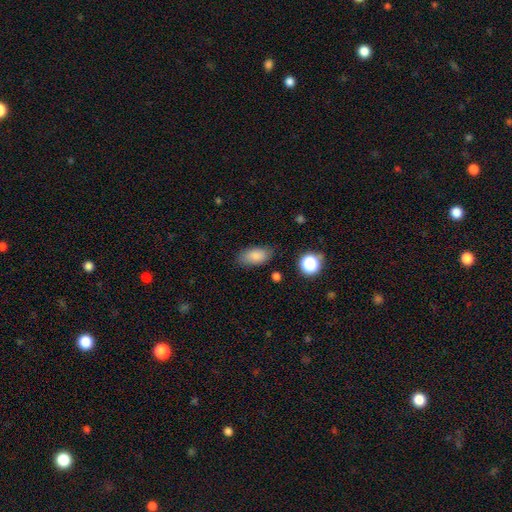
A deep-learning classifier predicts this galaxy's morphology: Smooth or featured?
  - smooth: 84% *
  - star or artifact: 9%
  - featured or disk: 7%
How rounded?
  - in between: 90% *
  - round: 5%
  - cigar-shaped: 5%
Merging?
  - none: 80% *
  - minor disturbance: 14%
  - major disturbance: 4%
  - merger: 2%